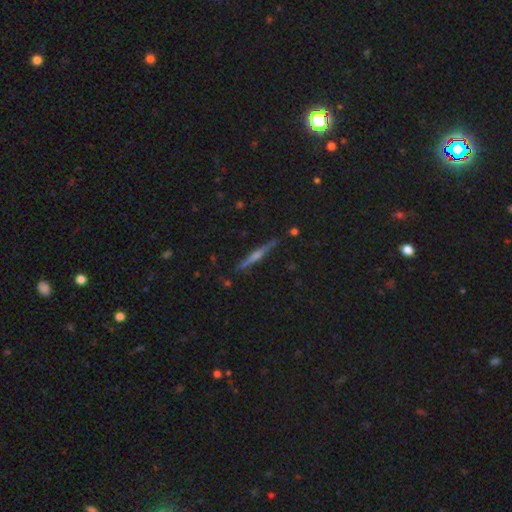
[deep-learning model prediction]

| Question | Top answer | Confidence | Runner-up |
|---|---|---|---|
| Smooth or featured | featured or disk | 75% | smooth (18%) |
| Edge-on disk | yes | 98% | no (2%) |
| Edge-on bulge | rounded | 74% | none (16%) |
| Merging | none | 90% | minor disturbance (7%) |